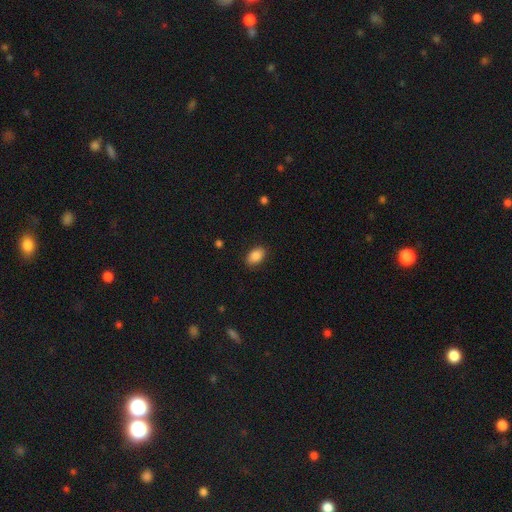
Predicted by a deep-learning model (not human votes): This appears to be a smooth galaxy with no disk features (87%) that is in between round and cigar-shaped (86%). Merging: none (87%).